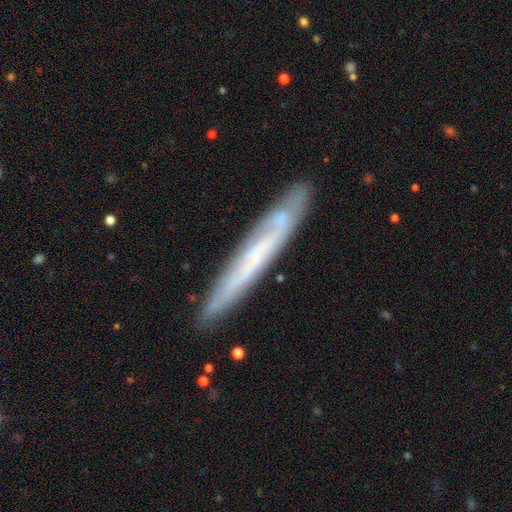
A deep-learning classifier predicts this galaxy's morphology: The model was most divided on "smooth or featured": featured or disk: 61%, smooth: 32%, star or artifact: 7%. More confident: merging — none (83%); edge-on disk — yes (76%).